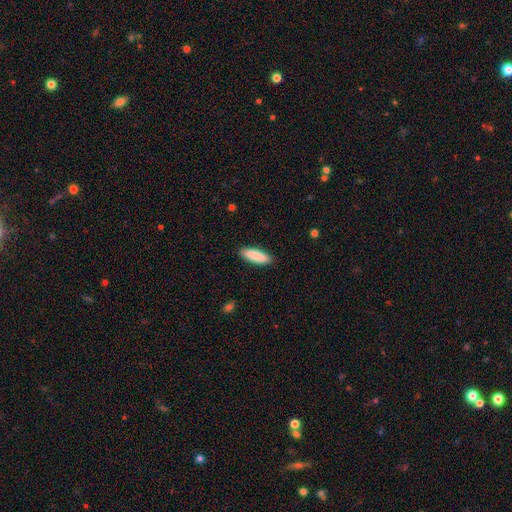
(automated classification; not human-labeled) smooth-or-featured: smooth: 87% | featured or disk: 7% | star or artifact: 6%
  how-rounded: cigar-shaped: 54% | in between: 44% | round: 1%
  merging: none: 89% | minor disturbance: 8% | major disturbance: 2% | merger: 1%